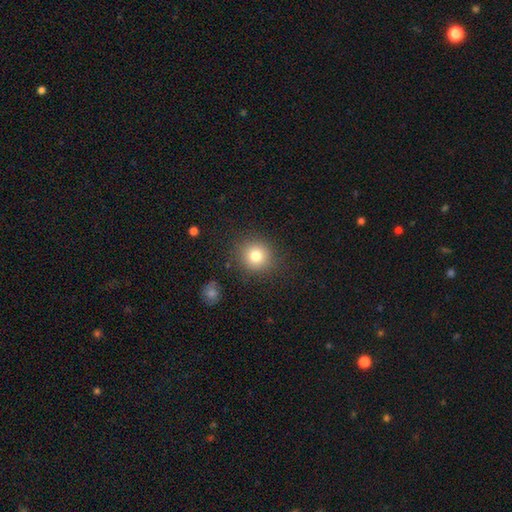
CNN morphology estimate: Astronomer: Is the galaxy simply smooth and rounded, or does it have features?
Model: smooth — 79%.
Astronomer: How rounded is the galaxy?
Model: round — 90%.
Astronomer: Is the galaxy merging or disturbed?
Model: none — 87%.